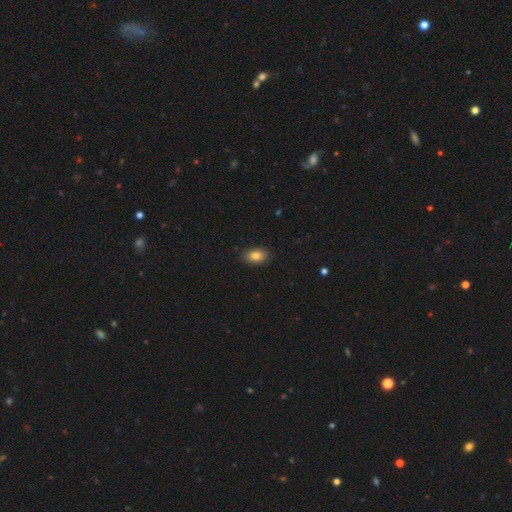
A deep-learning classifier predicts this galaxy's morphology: Smooth or featured?
  - smooth: 83% *
  - star or artifact: 9%
  - featured or disk: 8%
How rounded?
  - in between: 88% *
  - round: 10%
  - cigar-shaped: 2%
Merging?
  - none: 88% *
  - minor disturbance: 9%
  - major disturbance: 2%
  - merger: 1%